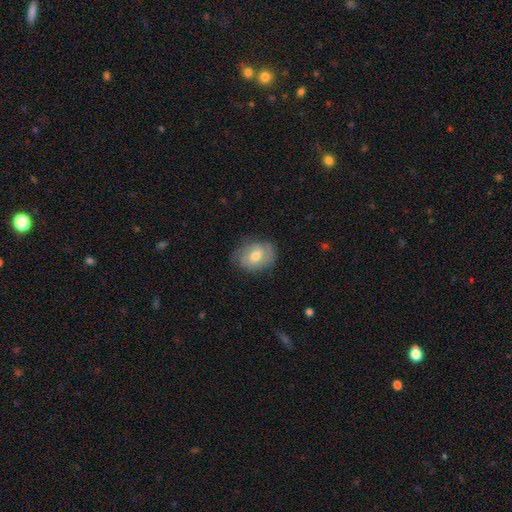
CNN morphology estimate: Smooth or featured? featured or disk (54%)
Edge-on disk? no (96%)
Bar? no (58%)
Spiral arms? yes (81%)
Bulge size? moderate (69%)
Merging? none (73%)